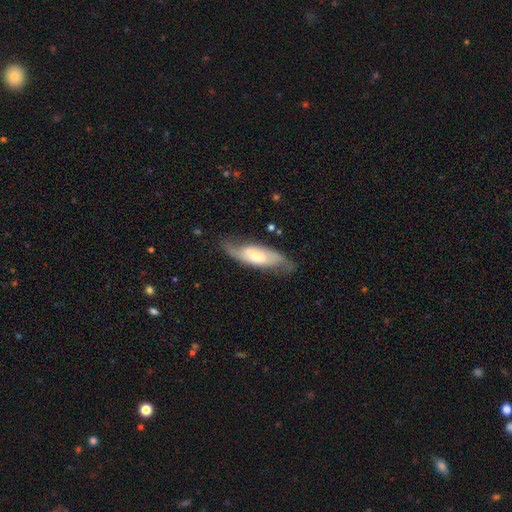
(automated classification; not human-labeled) Smooth or featured? Predicted: featured or disk (p=0.64). Edge-on disk? Predicted: no (p=0.78). Merging? Predicted: none (p=0.72).